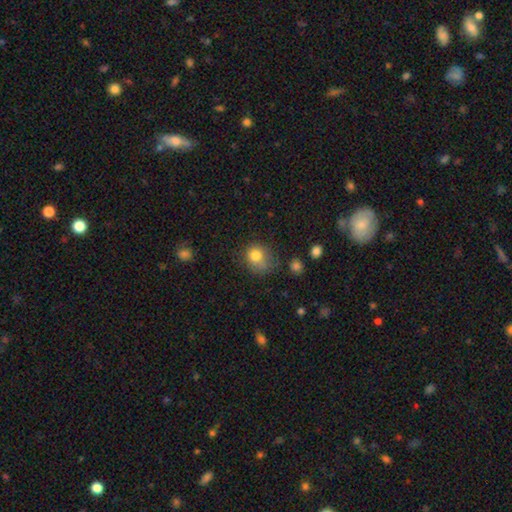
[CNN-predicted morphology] smooth_or_featured: smooth (p=0.79) [alt: star or artifact p=0.11]
how_rounded: round (p=0.71) [alt: in between p=0.29]
merging: none (p=0.47) [alt: minor disturbance p=0.30]